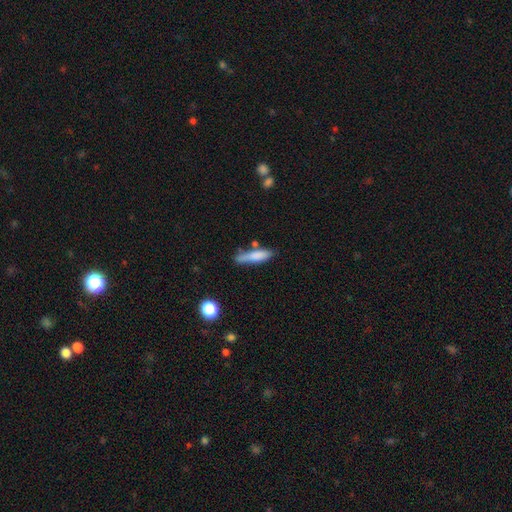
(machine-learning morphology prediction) smooth-or-featured: smooth: 77% | featured or disk: 16% | star or artifact: 7%
  how-rounded: cigar-shaped: 76% | in between: 22% | round: 2%
  merging: none: 62% | minor disturbance: 22% | merger: 10% | major disturbance: 6%